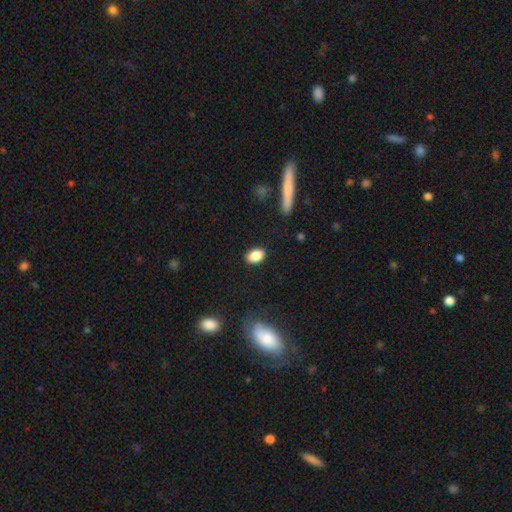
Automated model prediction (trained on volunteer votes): A smooth galaxy with no disk features (87%) that is in between round and cigar-shaped (85%). Merging: none (86%).